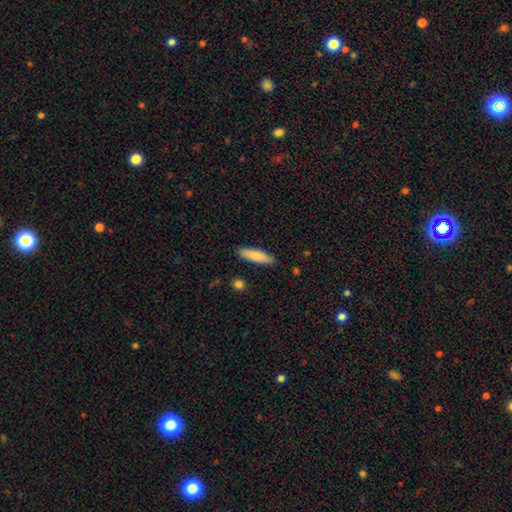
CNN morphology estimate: smooth 80%, featured or disk 14%, star or artifact 6%. Down the decision tree: how rounded — cigar-shaped (65%); merging — none (88%).